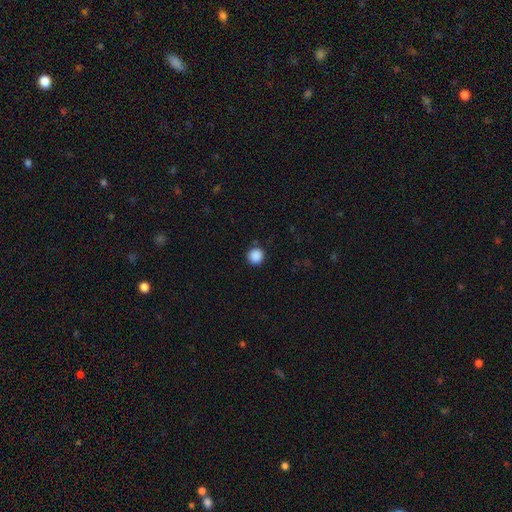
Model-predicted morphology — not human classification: Overall: smooth (88%). How rounded: round (94%). Merging: none (89%).